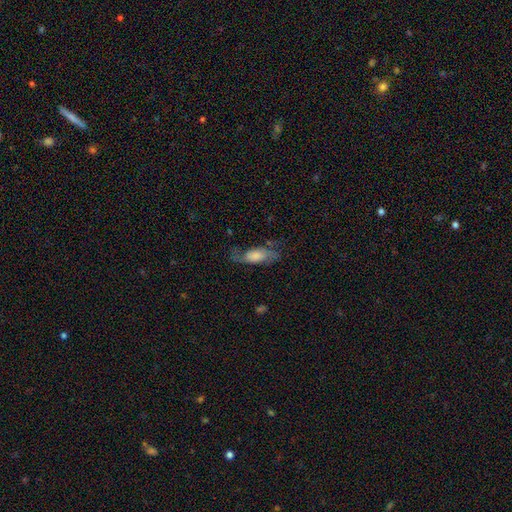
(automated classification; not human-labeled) Q: Smooth or featured?
A: smooth (47%); runner-up: featured or disk (45%)
Q: Merging?
A: none (55%); runner-up: minor disturbance (24%)